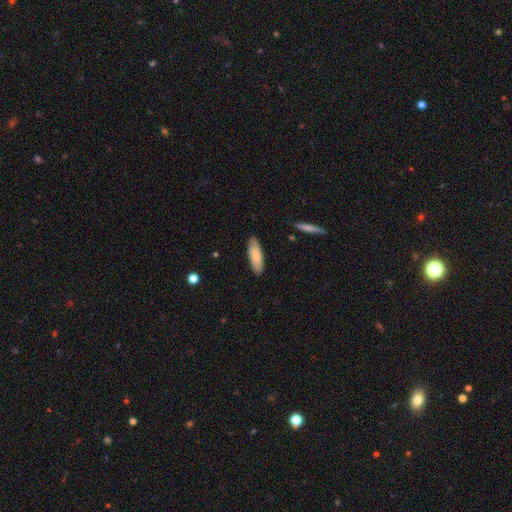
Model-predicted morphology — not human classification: This is likely a smooth galaxy (75%). How rounded: likely in between (65%). Merging: clearly none (86%).